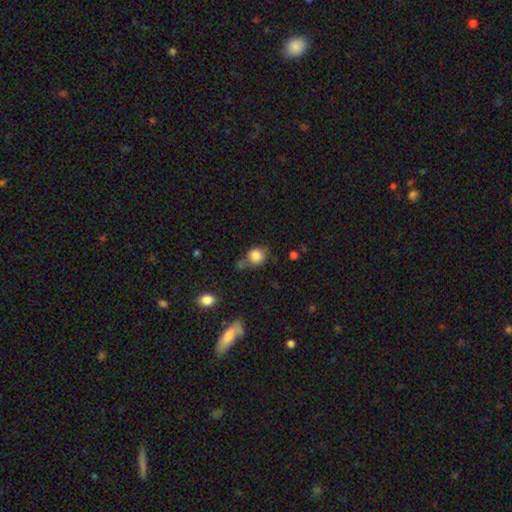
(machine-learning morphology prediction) smooth 84%, star or artifact 10%, featured or disk 6%. Down the decision tree: how rounded — round (81%); merging — none (57%).